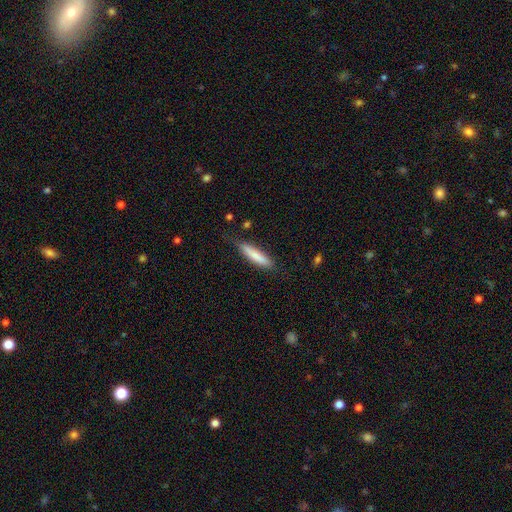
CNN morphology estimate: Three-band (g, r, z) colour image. It shows a smooth galaxy with no disk features (80%) that is cigar-shaped (84%). Merging: none (78%).